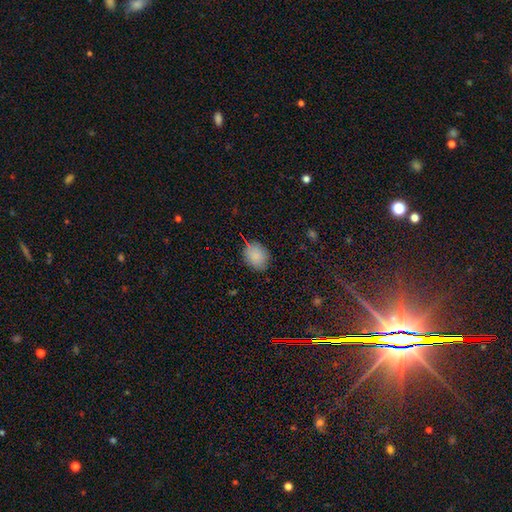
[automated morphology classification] smooth 86%, star or artifact 9%, featured or disk 5%. Down the decision tree: how rounded — round (51%); merging — none (81%).